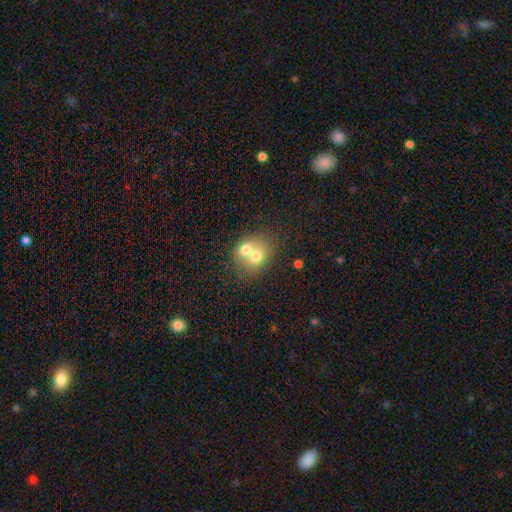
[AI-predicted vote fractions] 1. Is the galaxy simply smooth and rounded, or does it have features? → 67% smooth, 23% featured or disk, 9% star or artifact.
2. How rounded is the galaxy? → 51% round, 48% in between, 1% cigar-shaped.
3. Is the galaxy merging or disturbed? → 70% merger, 21% none, 6% minor disturbance, 3% major disturbance.